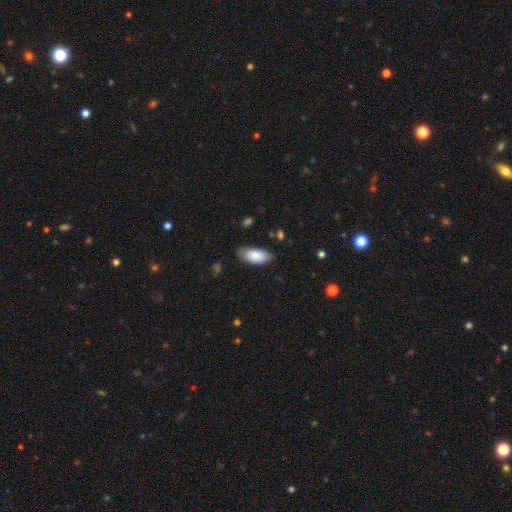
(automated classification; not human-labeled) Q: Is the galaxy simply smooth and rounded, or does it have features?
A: smooth — 86%.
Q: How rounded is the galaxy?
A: in between — 93%.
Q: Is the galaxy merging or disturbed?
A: none — 77%.